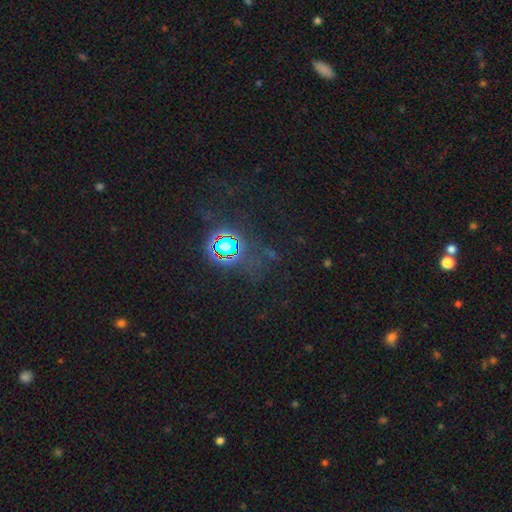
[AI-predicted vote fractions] Morphology: type=star or artifact (68%).